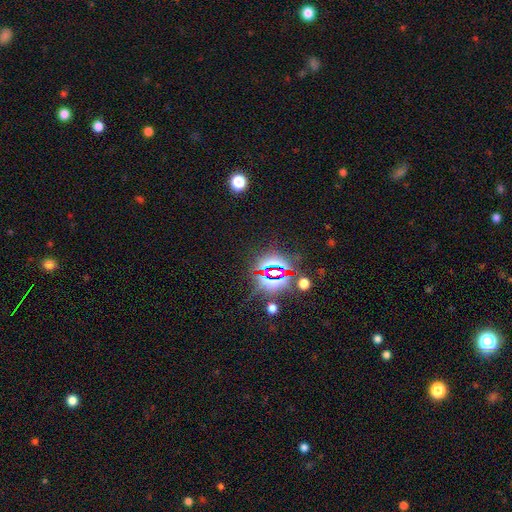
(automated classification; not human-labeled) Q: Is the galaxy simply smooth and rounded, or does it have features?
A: star or artifact — 82%.